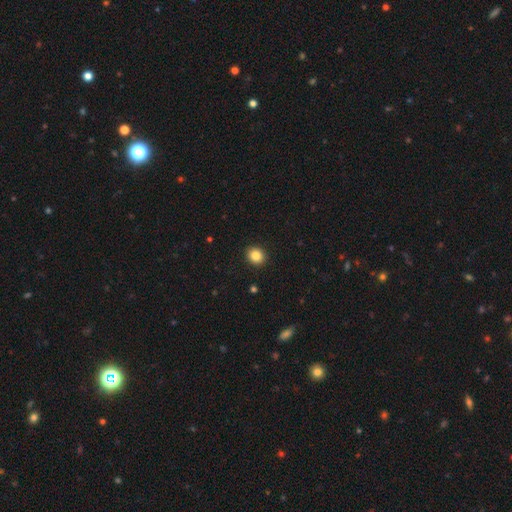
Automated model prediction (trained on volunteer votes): Morphology: type=smooth (85%); roundness=round (75%); merging=none (92%).